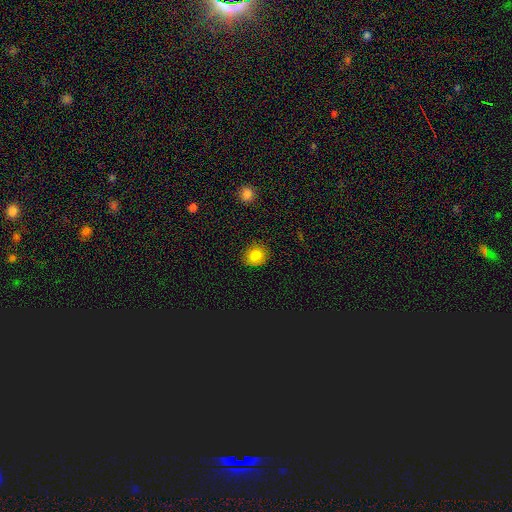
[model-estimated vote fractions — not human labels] smooth-or-featured: smooth: 83% | star or artifact: 10% | featured or disk: 6%
  how-rounded: round: 78% | in between: 21% | cigar-shaped: 1%
  merging: none: 87% | minor disturbance: 10% | major disturbance: 2% | merger: 1%